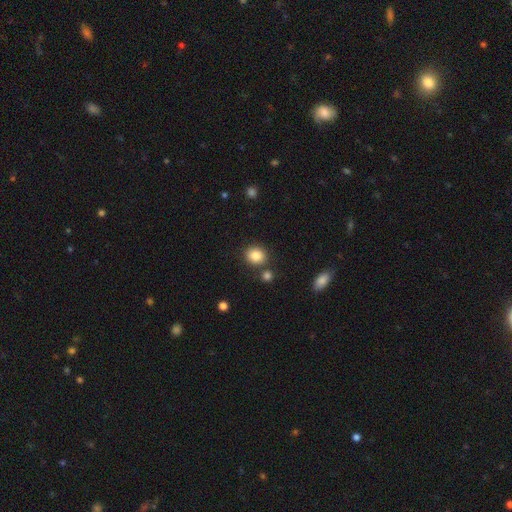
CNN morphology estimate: type=smooth (85%); roundness=round (73%); merging=none (79%).